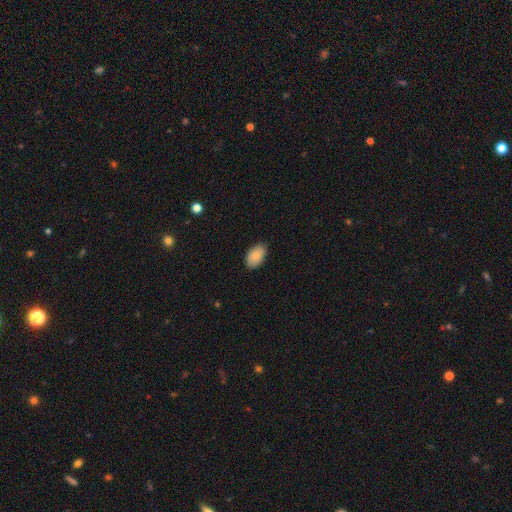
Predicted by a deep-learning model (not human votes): Smooth or featured: smooth — 87% (featured or disk — 7%)
How rounded: in between — 94% (round — 5%)
Merging: none — 78% (minor disturbance — 18%)